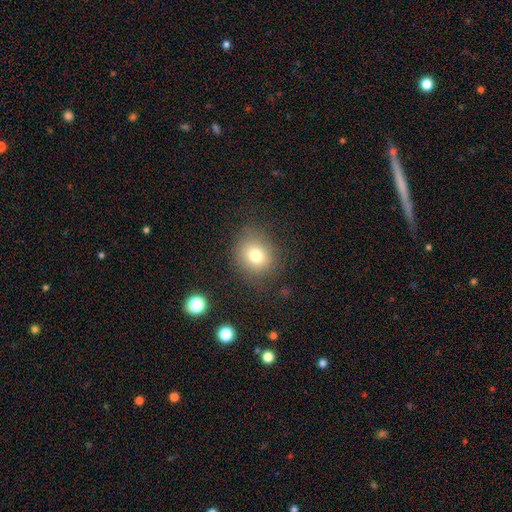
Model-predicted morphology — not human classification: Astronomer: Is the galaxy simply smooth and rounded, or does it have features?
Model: smooth — 75%.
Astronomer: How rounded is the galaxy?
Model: round — 76%.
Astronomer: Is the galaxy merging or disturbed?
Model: none — 80%.